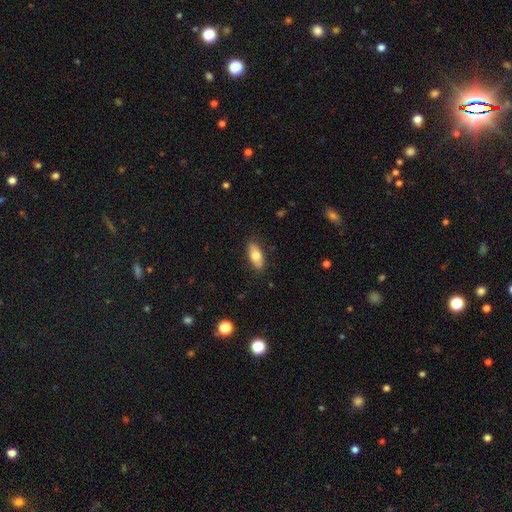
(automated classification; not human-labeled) This appears to be a smooth galaxy with no disk features (74%) that is in between round and cigar-shaped (82%). Merging: none (86%).